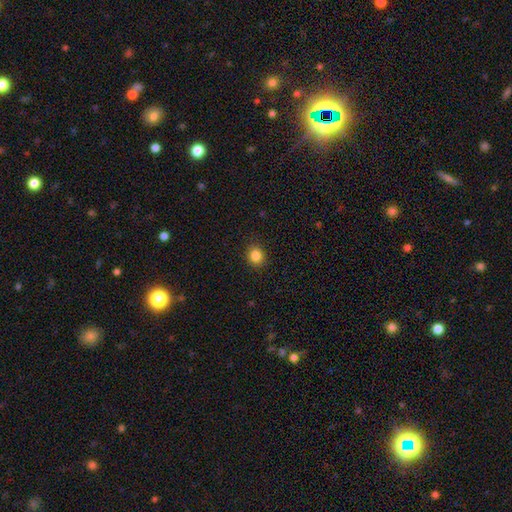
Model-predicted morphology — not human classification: smooth_or_featured: smooth (p=0.85) [alt: star or artifact p=0.11]
how_rounded: round (p=0.85) [alt: in between p=0.15]
merging: none (p=0.90) [alt: minor disturbance p=0.07]